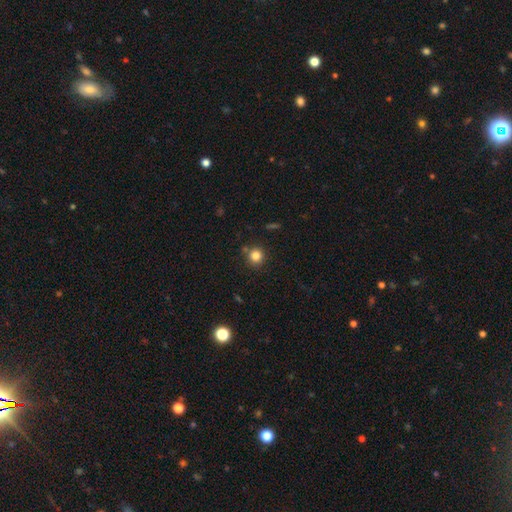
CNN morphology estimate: Smooth or featured: smooth — 83% (star or artifact — 12%)
How rounded: round — 92% (in between — 7%)
Merging: none — 82% (minor disturbance — 9%)